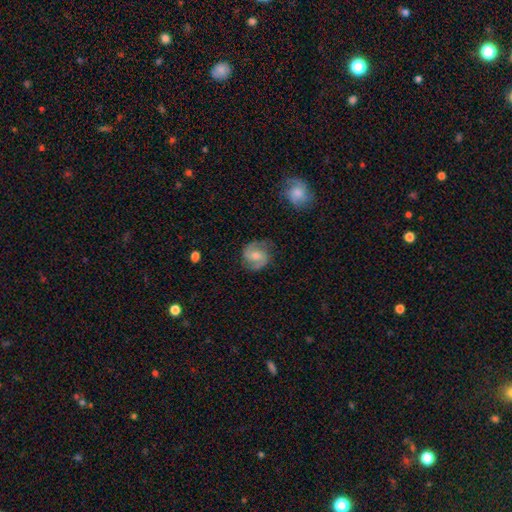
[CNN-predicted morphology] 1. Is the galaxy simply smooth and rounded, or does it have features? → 71% featured or disk, 22% smooth, 7% star or artifact.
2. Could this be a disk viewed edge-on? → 98% no, 2% yes.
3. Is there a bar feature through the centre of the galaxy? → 47% no, 44% weak, 9% strong.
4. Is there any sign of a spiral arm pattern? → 94% yes, 6% no.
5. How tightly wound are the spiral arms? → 52% medium, 27% tight, 20% loose.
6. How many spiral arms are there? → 89% 2, 5% can't tell, 2% 1, 2% 3, 1% 4, 1% more than 4.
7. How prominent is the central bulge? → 55% moderate, 30% small, 7% large, 7% none, 1% dominant.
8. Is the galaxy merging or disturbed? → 76% none, 17% minor disturbance, 5% major disturbance, 1% merger.